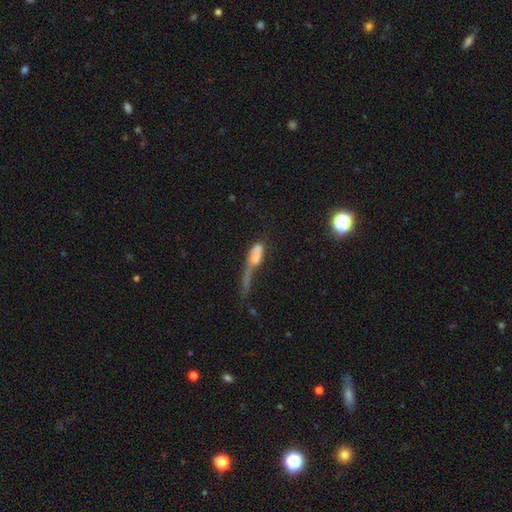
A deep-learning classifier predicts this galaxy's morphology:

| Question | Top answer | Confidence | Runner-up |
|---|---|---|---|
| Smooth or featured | smooth | 55% | featured or disk (34%) |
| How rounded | in between | 58% | cigar-shaped (34%) |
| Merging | major disturbance | 51% | merger (21%) |